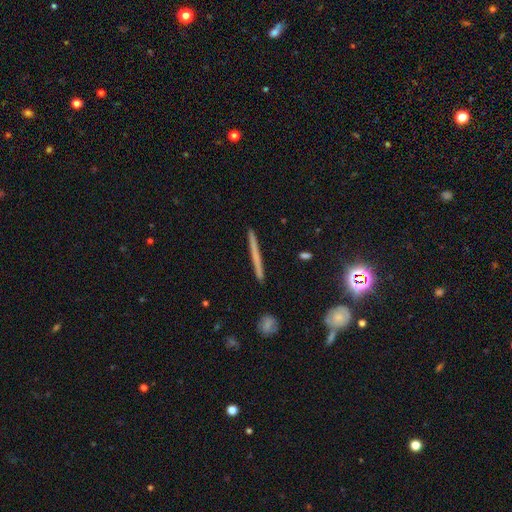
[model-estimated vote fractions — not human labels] smooth_or_featured: smooth (p=0.47) [alt: featured or disk p=0.44]
merging: none (p=0.91) [alt: minor disturbance p=0.06]